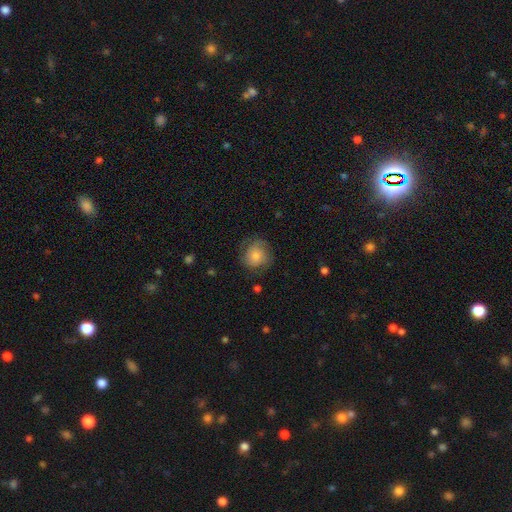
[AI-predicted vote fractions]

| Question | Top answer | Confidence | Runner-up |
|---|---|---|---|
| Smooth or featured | smooth | 64% | featured or disk (28%) |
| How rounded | round | 84% | in between (15%) |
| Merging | none | 68% | minor disturbance (21%) |